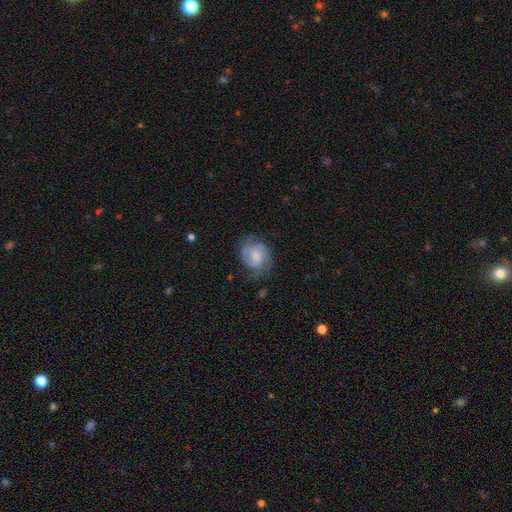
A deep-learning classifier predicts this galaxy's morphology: Smooth or featured?
  - featured or disk: 54% *
  - smooth: 39%
  - star or artifact: 7%
Edge-on disk?
  - no: 98% *
  - yes: 2%
Bar?
  - no: 61% *
  - weak: 33%
  - strong: 6%
Spiral arms?
  - yes: 84% *
  - no: 16%
Bulge size?
  - moderate: 35% *
  - small: 24%
  - none: 20%
  - large: 18%
  - dominant: 3%
Merging?
  - none: 57% *
  - minor disturbance: 26%
  - major disturbance: 15%
  - merger: 1%